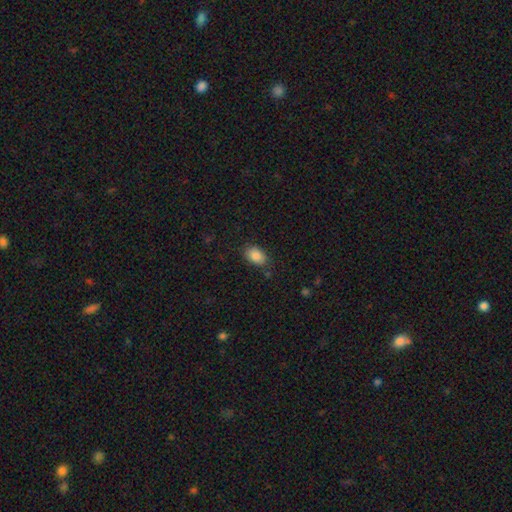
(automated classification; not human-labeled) Overall: smooth (87%). How rounded: in between (84%). Merging: none (80%).